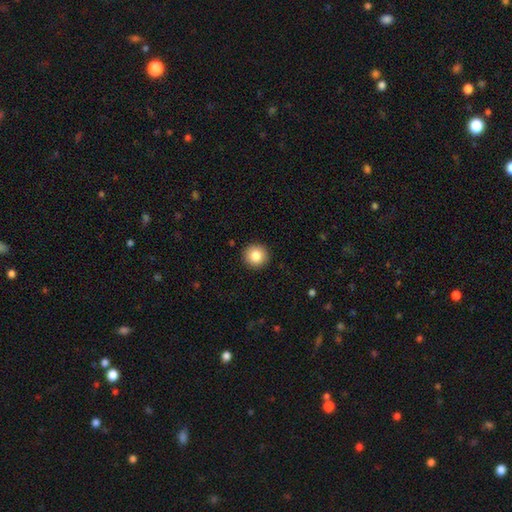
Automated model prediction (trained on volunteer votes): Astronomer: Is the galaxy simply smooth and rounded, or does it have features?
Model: smooth — 84%.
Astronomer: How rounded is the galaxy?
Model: round — 95%.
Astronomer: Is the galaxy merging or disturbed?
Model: none — 93%.